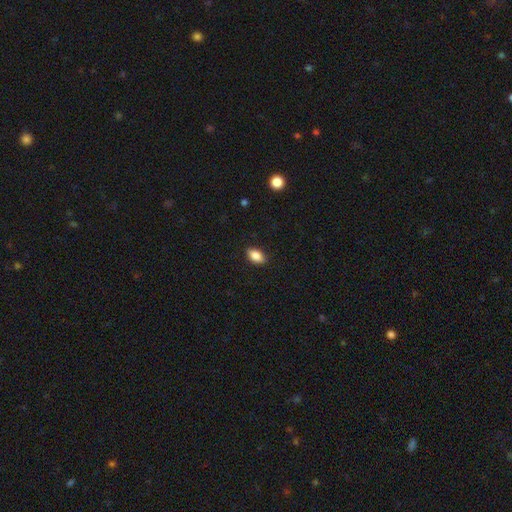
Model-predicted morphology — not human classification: type=smooth (85%); roundness=in between (88%); merging=none (88%).